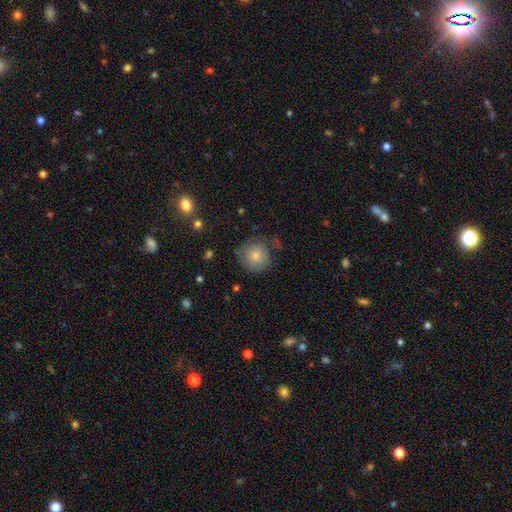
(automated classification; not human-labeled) Smooth or featured? Predicted: smooth (p=0.75). How rounded? Predicted: round (p=0.92). Merging? Predicted: none (p=0.65).